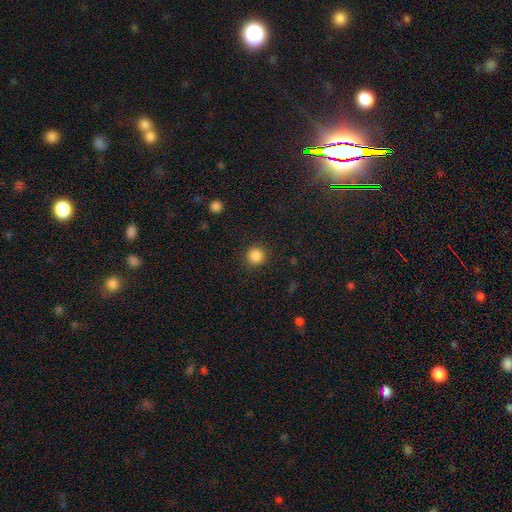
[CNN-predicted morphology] Smooth or featured? Predicted: smooth (p=0.86). How rounded? Predicted: round (p=0.94). Merging? Predicted: none (p=0.90).